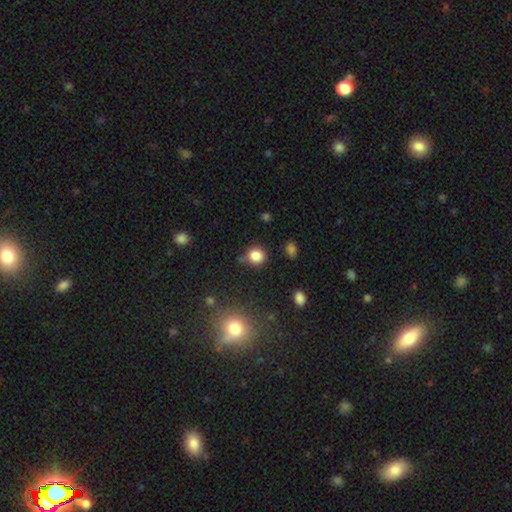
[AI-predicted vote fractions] This appears to be a smooth galaxy with no disk features (83%) that is round (85%). Merging: none (75%).